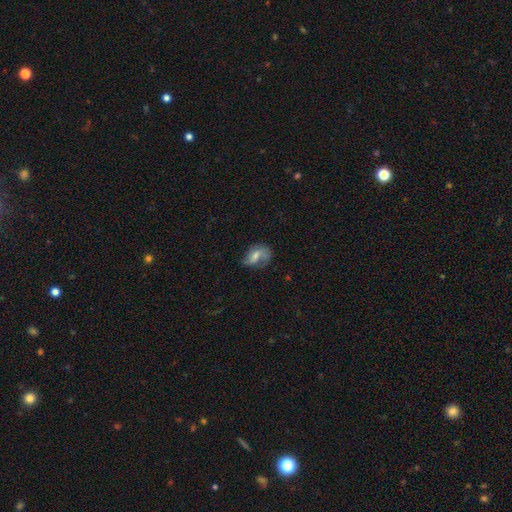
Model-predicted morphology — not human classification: This is possibly a featured or disk galaxy (47%). Merging: possibly none (47%).